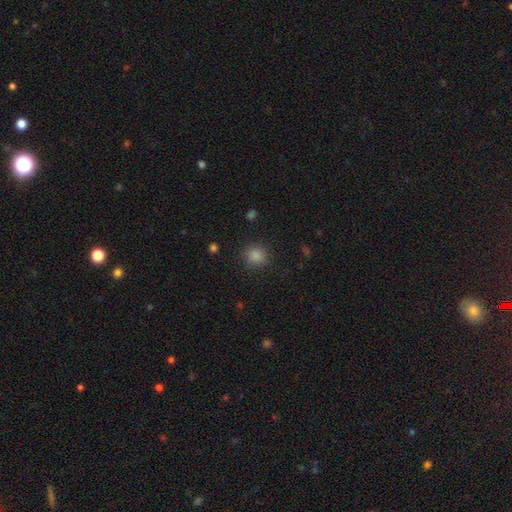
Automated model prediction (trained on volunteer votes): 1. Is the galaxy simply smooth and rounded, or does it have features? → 85% smooth, 12% star or artifact, 3% featured or disk.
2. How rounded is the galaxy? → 88% round, 11% in between, 1% cigar-shaped.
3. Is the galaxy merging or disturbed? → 87% none, 8% minor disturbance, 3% major disturbance, 1% merger.